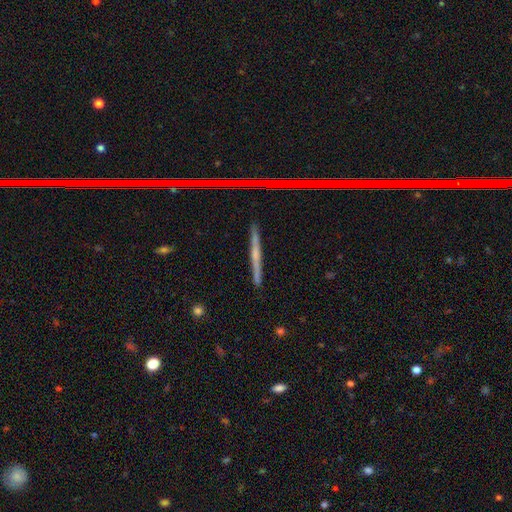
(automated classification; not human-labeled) Morphology: type=featured or disk (62%); edge-on=yes (97%); edge-on bulge=none (48%); merging=none (89%).